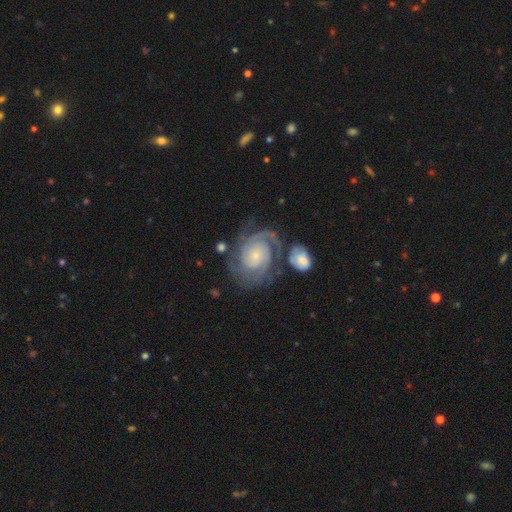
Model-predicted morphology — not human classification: A featured or disk galaxy (88%) with no bar (75%), 2 (28%) tight (67%) spiral arms (97%) and a small central bulge (75%). Merging: none (58%).